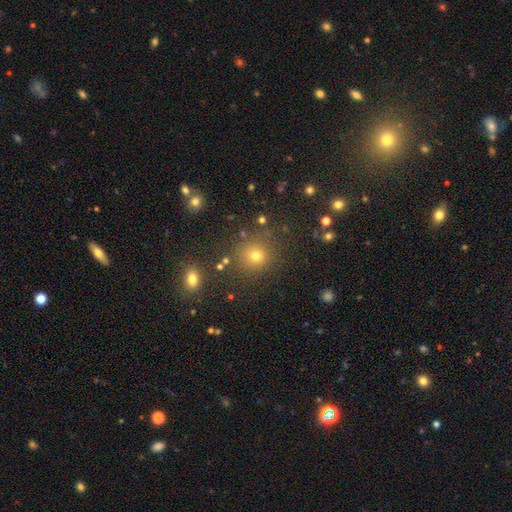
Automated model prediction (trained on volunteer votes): Smooth or featured? smooth (70%)
How rounded? round (90%)
Merging? none (84%)